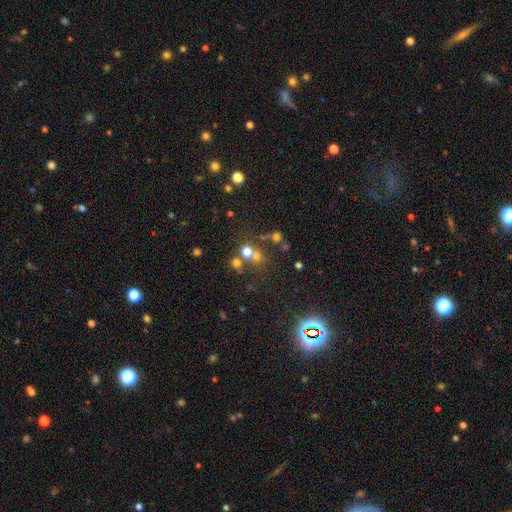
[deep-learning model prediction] Smooth or featured?
  - smooth: 48% *
  - star or artifact: 39%
  - featured or disk: 13%
Merging?
  - none: 57% *
  - merger: 30%
  - minor disturbance: 8%
  - major disturbance: 5%